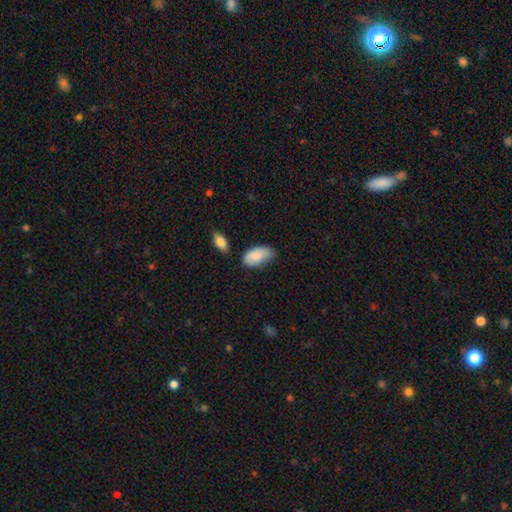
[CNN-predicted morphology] A smooth galaxy with no disk features (84%) that is in between round and cigar-shaped (94%). Merging: none (53%).